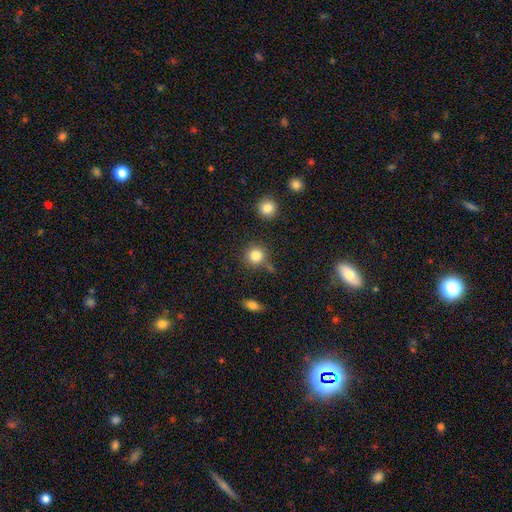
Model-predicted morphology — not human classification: Smooth or featured: smooth — 83% (star or artifact — 11%)
How rounded: round — 93% (in between — 6%)
Merging: none — 77% (minor disturbance — 12%)